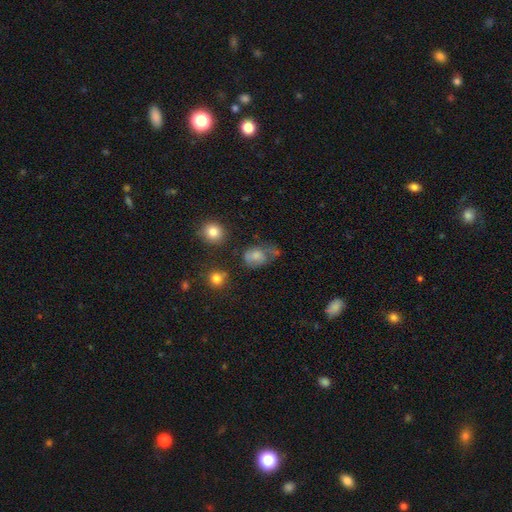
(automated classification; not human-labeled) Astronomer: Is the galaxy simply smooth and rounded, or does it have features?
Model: smooth — 63%.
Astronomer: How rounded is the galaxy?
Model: in between — 62%.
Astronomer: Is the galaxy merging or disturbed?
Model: none — 34% (runner-up: minor disturbance, 29%).